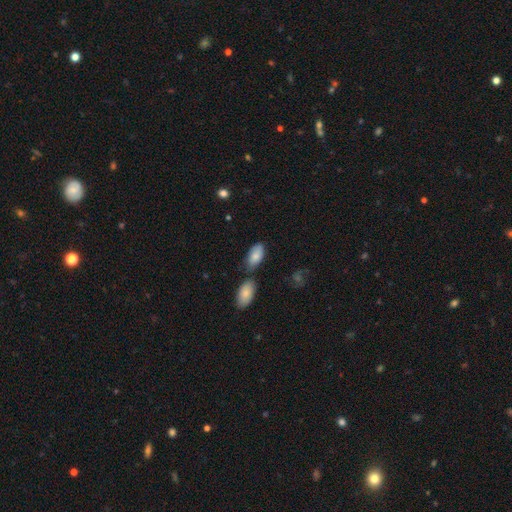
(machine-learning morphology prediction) Smooth or featured?
  - smooth: 81% *
  - featured or disk: 12%
  - star or artifact: 7%
How rounded?
  - in between: 93% *
  - cigar-shaped: 5%
  - round: 3%
Merging?
  - none: 57% *
  - minor disturbance: 19%
  - merger: 19%
  - major disturbance: 5%